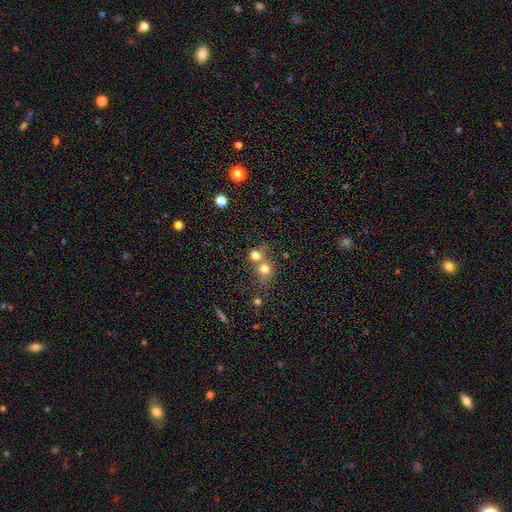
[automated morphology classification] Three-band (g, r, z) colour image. It shows a smooth galaxy with no disk features (73%) that is round (81%). Merging: merger (49%).